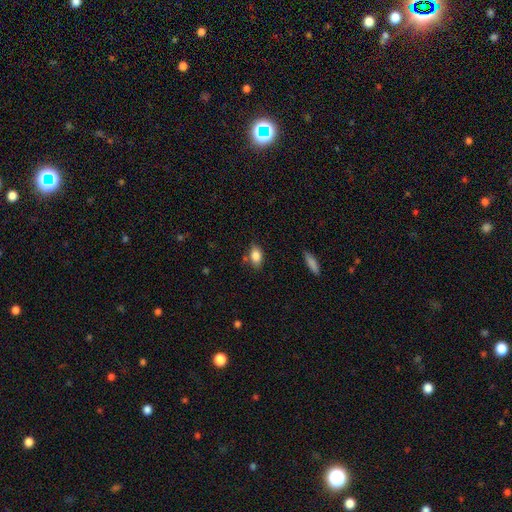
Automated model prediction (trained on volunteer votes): smooth_or_featured: smooth (p=0.84) [alt: featured or disk p=0.08]
how_rounded: in between (p=0.86) [alt: round p=0.10]
merging: none (p=0.74) [alt: minor disturbance p=0.17]